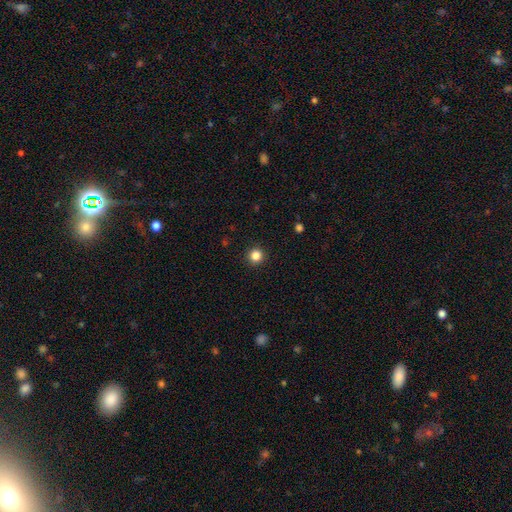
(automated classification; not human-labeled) A smooth galaxy with no disk features (84%) that is round (95%). Merging: none (93%).